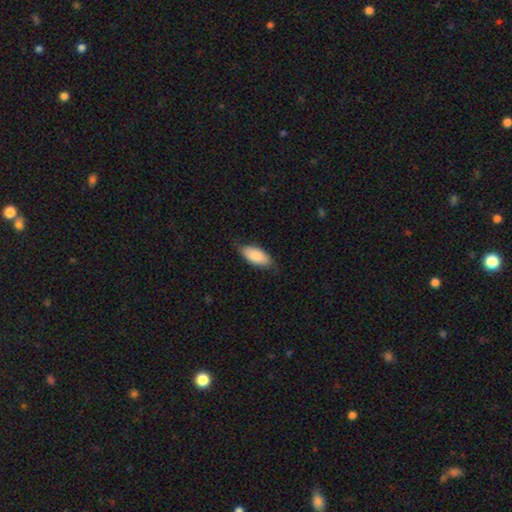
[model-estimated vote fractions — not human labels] Overall: smooth (86%). How rounded: in between (87%). Merging: none (76%).